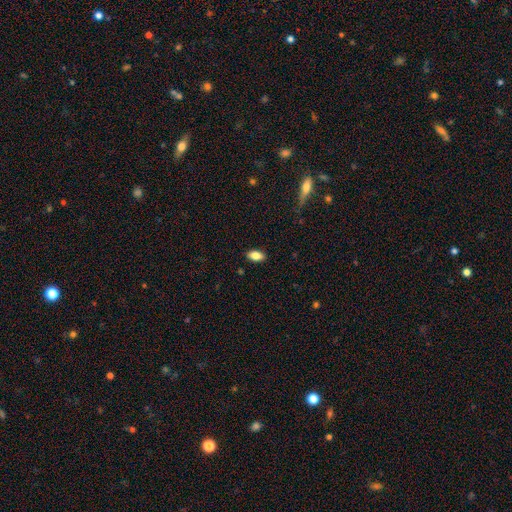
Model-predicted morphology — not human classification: smooth_or_featured: smooth (p=0.83) [alt: featured or disk p=0.09]
how_rounded: in between (p=0.91) [alt: cigar-shaped p=0.05]
merging: none (p=0.88) [alt: minor disturbance p=0.09]